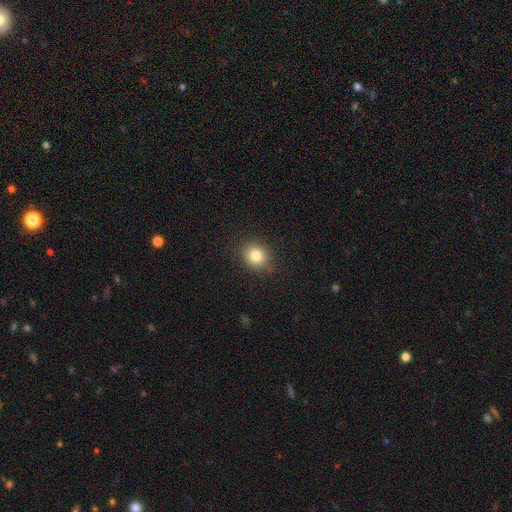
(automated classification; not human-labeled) Overall: smooth (81%). How rounded: round (75%). Merging: none (87%).